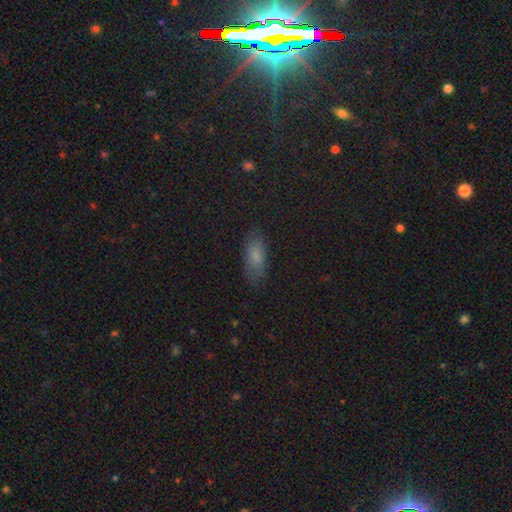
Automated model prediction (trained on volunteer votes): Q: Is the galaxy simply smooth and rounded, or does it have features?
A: smooth — 78%.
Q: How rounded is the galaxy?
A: in between — 78%.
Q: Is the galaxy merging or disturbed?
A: none — 81%.